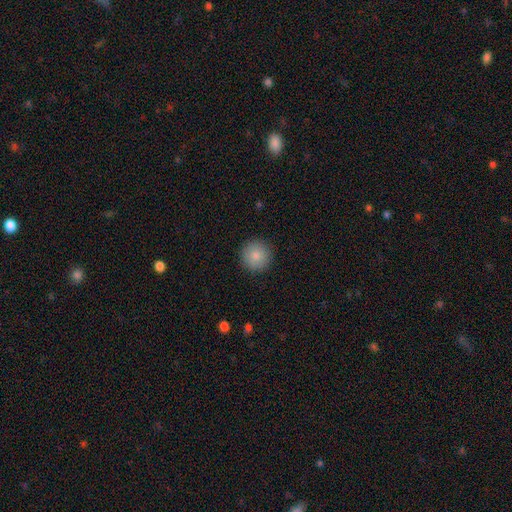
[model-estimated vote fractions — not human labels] smooth-or-featured: smooth: 85% | star or artifact: 9% | featured or disk: 6%
  how-rounded: round: 96% | in between: 3% | cigar-shaped: 1%
  merging: none: 92% | minor disturbance: 5% | major disturbance: 2% | merger: 1%